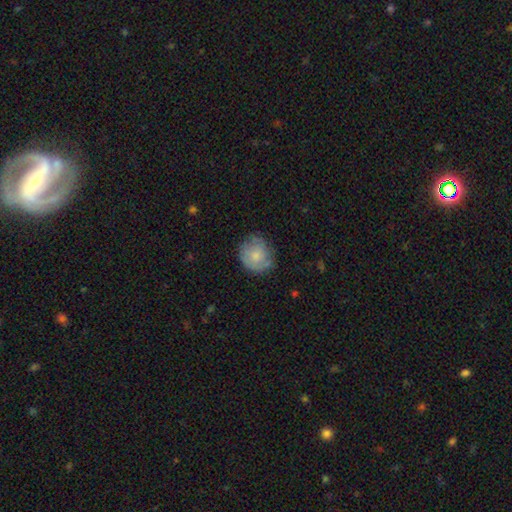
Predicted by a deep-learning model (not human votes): Overall: smooth (65%; featured or disk 28%). How rounded: round (79%). Merging: none (66%).